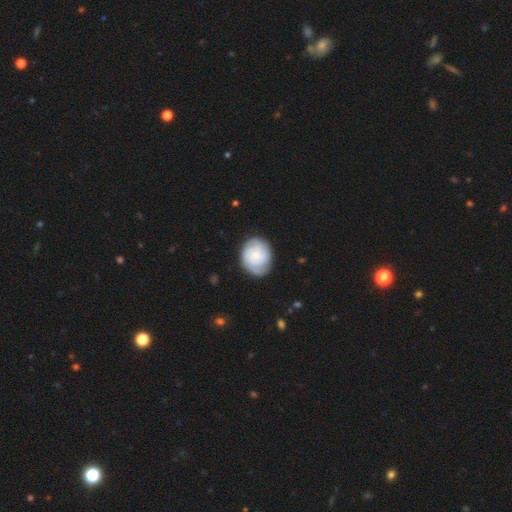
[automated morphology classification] The model was most divided on "smooth or featured": featured or disk: 53%, smooth: 41%, star or artifact: 7%. More confident: edge-on disk — no (98%); spiral arms — yes (88%); merging — none (74%); bar — no (73%); bulge size — small (63%).